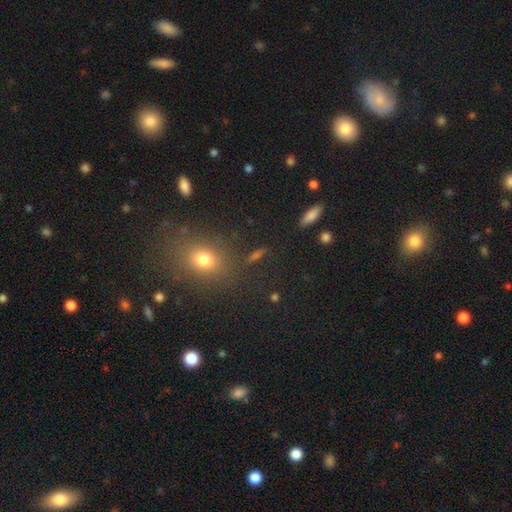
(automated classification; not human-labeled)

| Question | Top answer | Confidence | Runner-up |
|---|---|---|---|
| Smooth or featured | smooth | 54% | star or artifact (31%) |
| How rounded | in between | 49% | round (36%) |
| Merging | none | 81% | minor disturbance (10%) |